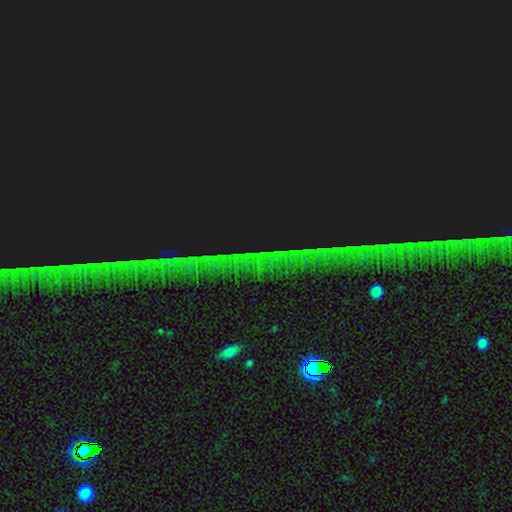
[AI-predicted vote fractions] smooth-or-featured: star or artifact: 88% | featured or disk: 7% | smooth: 5%